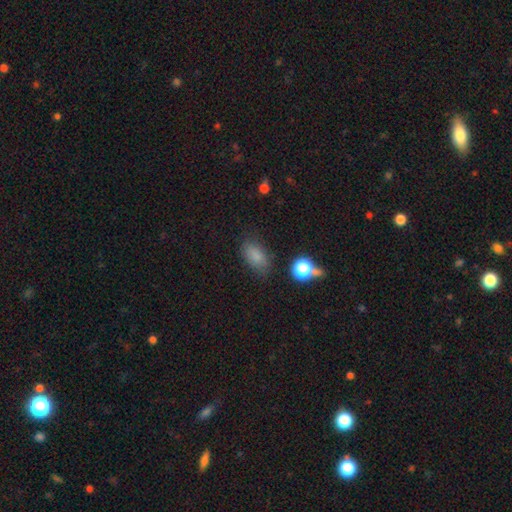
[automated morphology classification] This is clearly a smooth galaxy (81%). How rounded: clearly in between (88%). Merging: likely none (75%).